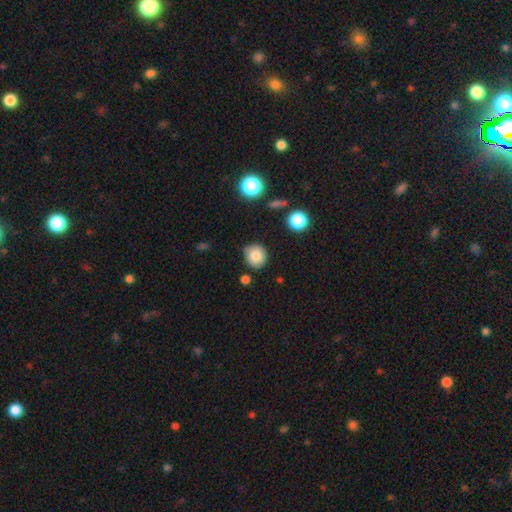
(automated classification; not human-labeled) Smooth or featured? Predicted: smooth (p=0.84). How rounded? Predicted: round (p=0.86). Merging? Predicted: none (p=0.81).